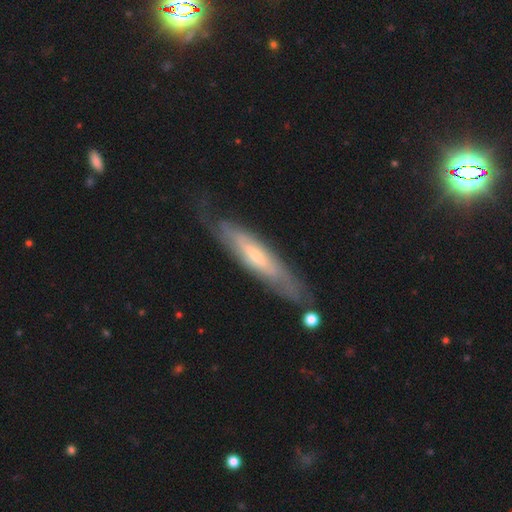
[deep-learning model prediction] smooth-or-featured: featured or disk: 66% | smooth: 28% | star or artifact: 6%
  disk-edge-on: yes: 50% (tied) | no: 50% (tied)
  merging: none: 70% | minor disturbance: 19% | major disturbance: 8% | merger: 2%